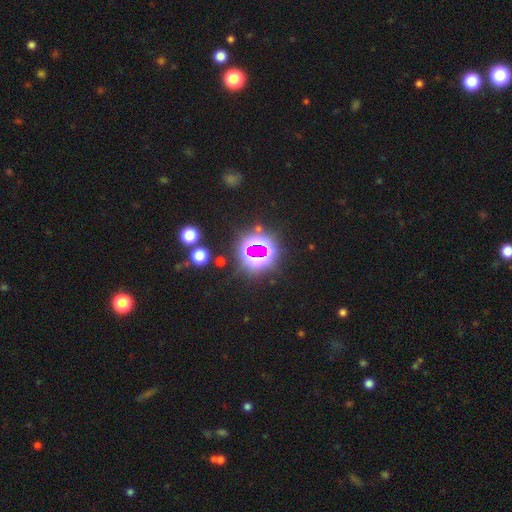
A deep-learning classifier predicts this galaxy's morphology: star or artifact 73%, smooth 16%, featured or disk 10%.